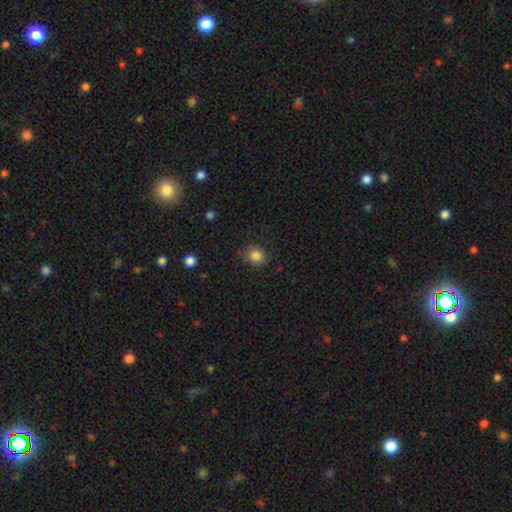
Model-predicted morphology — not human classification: Smooth or featured: smooth — 83% (star or artifact — 11%)
How rounded: round — 73% (in between — 26%)
Merging: none — 82% (minor disturbance — 14%)